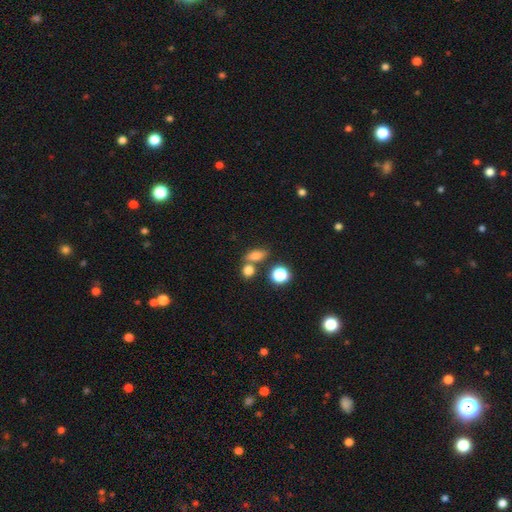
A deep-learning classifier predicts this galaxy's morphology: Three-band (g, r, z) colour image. It shows a smooth galaxy with no disk features (71%) that is in between round and cigar-shaped (65%). Merging: none (58%).